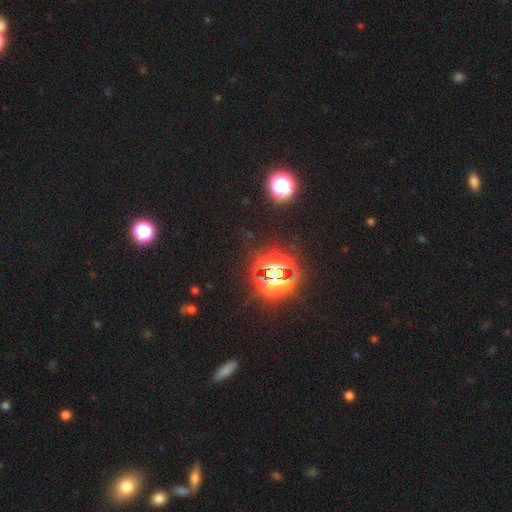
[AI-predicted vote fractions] Overall: star or artifact (81%).